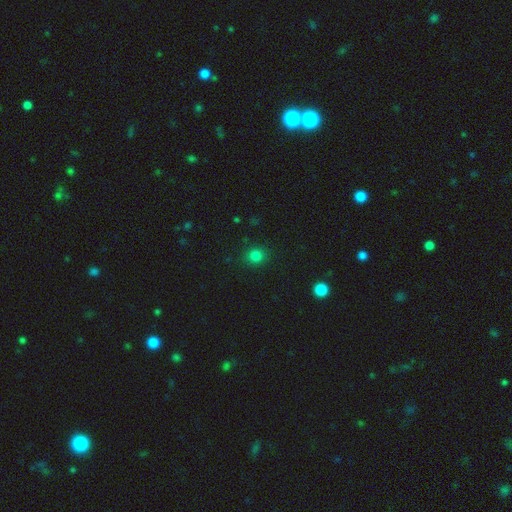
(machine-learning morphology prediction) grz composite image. It shows a smooth galaxy with no disk features (81%) that is round (83%). Merging: none (88%).